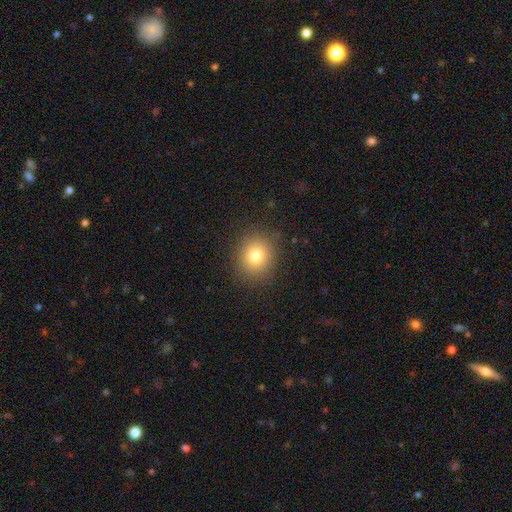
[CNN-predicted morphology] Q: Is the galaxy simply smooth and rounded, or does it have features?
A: smooth — 78%.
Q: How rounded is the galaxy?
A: round — 79%.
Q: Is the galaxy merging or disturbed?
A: none — 87%.